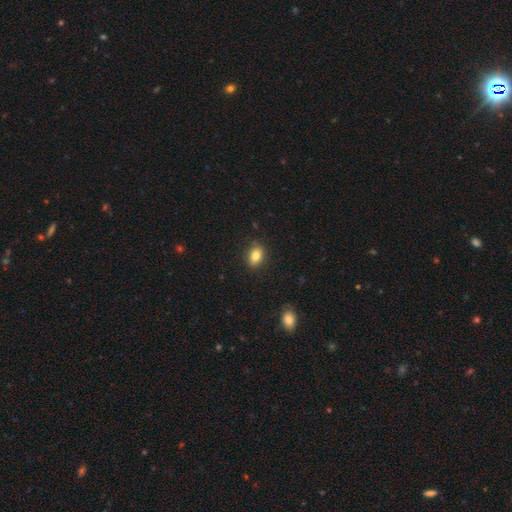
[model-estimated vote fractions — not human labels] smooth_or_featured: smooth (p=0.82) [alt: star or artifact p=0.09]
how_rounded: in between (p=0.78) [alt: round p=0.20]
merging: none (p=0.85) [alt: minor disturbance p=0.12]